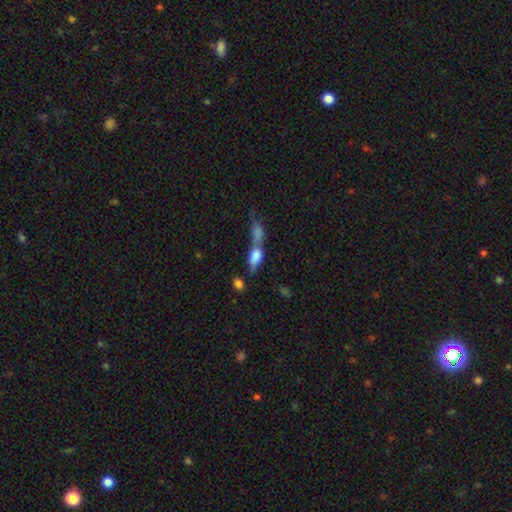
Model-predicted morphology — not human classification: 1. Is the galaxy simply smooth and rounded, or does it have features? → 63% smooth, 26% featured or disk, 11% star or artifact.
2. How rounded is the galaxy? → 65% in between, 26% cigar-shaped, 9% round.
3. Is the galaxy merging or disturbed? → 62% merger, 23% none, 8% minor disturbance, 7% major disturbance.